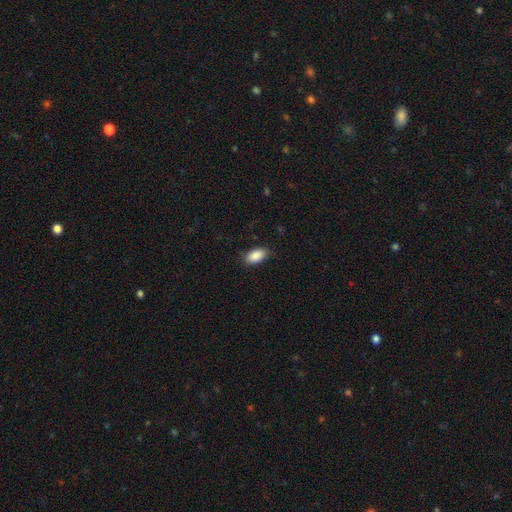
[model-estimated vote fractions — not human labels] Smooth or featured? Predicted: smooth (p=0.88). How rounded? Predicted: in between (p=0.93). Merging? Predicted: none (p=0.84).